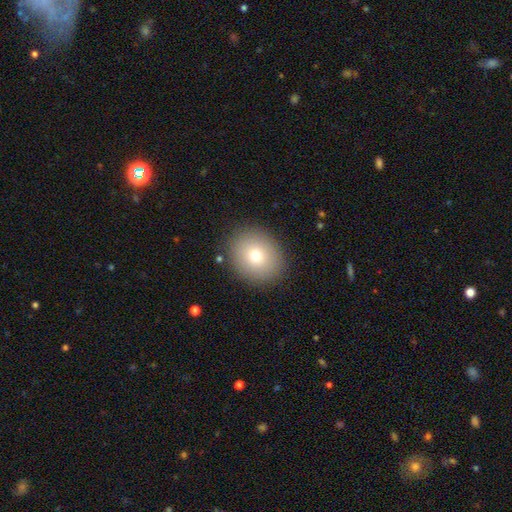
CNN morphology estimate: Q: Smooth or featured?
A: smooth (74%); runner-up: featured or disk (15%)
Q: How rounded?
A: round (69%); runner-up: in between (30%)
Q: Merging?
A: none (88%); runner-up: minor disturbance (8%)